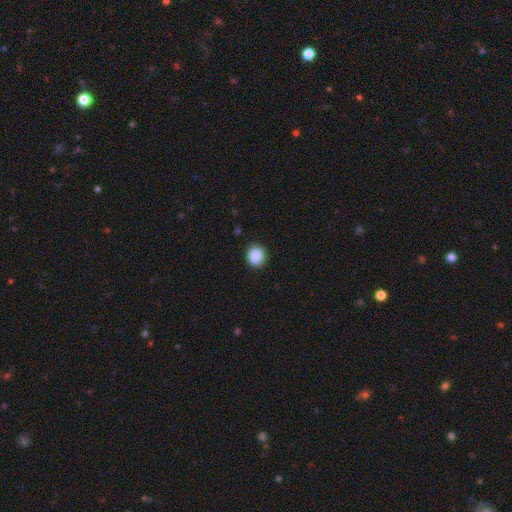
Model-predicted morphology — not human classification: This is clearly a smooth galaxy (88%). How rounded: clearly round (83%). Merging: clearly none (87%).